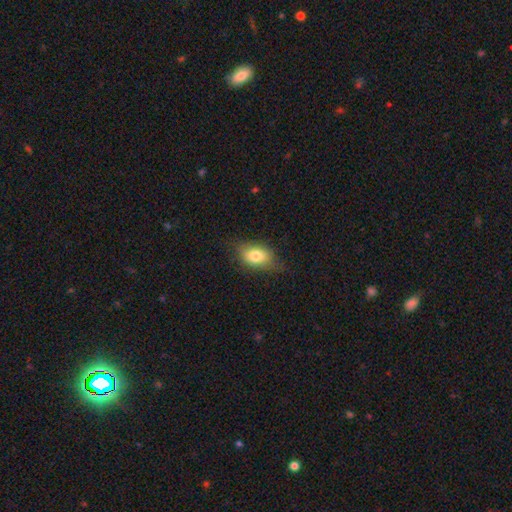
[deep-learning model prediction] Overall: smooth (78%). How rounded: in between (84%). Merging: none (68%).